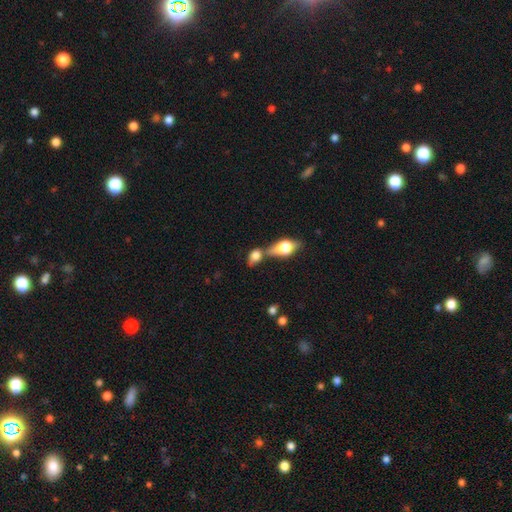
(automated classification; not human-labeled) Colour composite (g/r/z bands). It shows a smooth galaxy with no disk features (69%) that is in between round and cigar-shaped (70%). Merging: merger (49%).